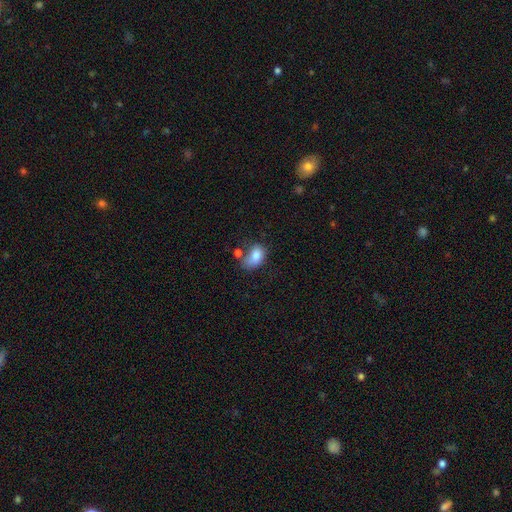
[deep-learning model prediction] Smooth or featured? Predicted: smooth (p=0.81). How rounded? Predicted: in between (p=0.85). Merging? Predicted: none (p=0.38).